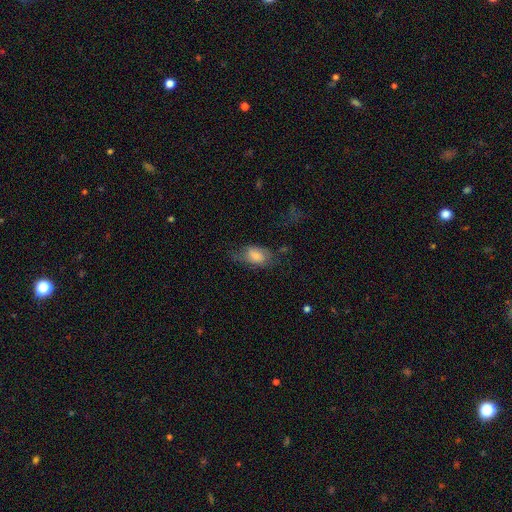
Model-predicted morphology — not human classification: The model was most divided on "merging": none: 44%, minor disturbance: 30%, major disturbance: 24%, merger: 3%. More confident: how rounded — in between (89%); smooth or featured — smooth (71%).